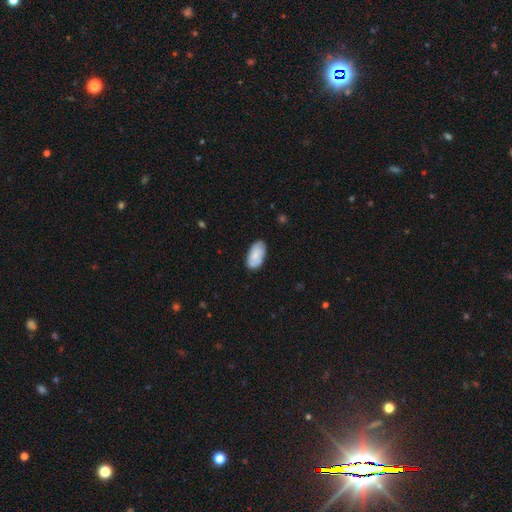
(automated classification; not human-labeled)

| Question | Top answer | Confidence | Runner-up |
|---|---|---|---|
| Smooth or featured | smooth | 75% | featured or disk (19%) |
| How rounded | in between | 95% | round (3%) |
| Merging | none | 78% | minor disturbance (17%) |